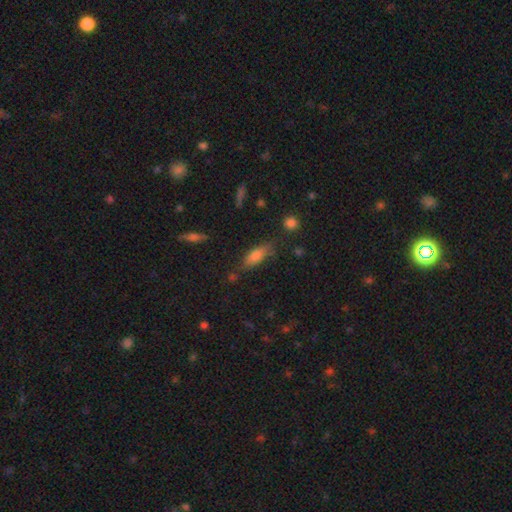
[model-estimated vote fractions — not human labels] smooth-or-featured: smooth: 73% | featured or disk: 17% | star or artifact: 10%
  how-rounded: in between: 66% | cigar-shaped: 31% | round: 3%
  merging: none: 63% | minor disturbance: 24% | major disturbance: 7% | merger: 5%